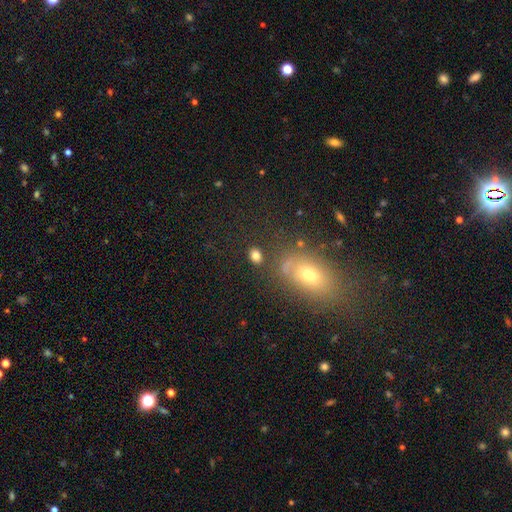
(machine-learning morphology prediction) This is clearly a smooth galaxy (81%). How rounded: likely in between (66%). Merging: likely none (80%).